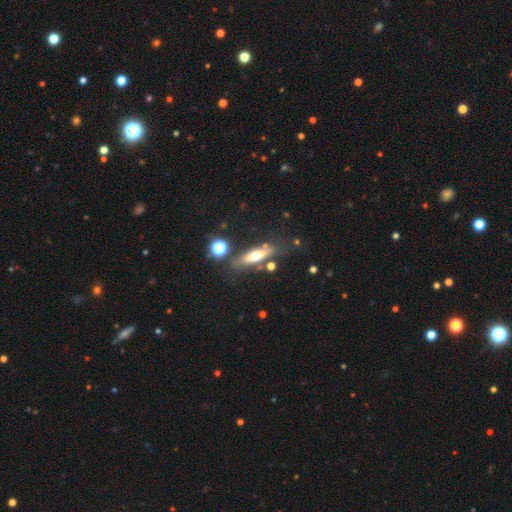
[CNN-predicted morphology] Smooth or featured?
  - featured or disk: 47% *
  - smooth: 44%
  - star or artifact: 9%
Merging?
  - none: 71% *
  - minor disturbance: 15%
  - merger: 8%
  - major disturbance: 6%